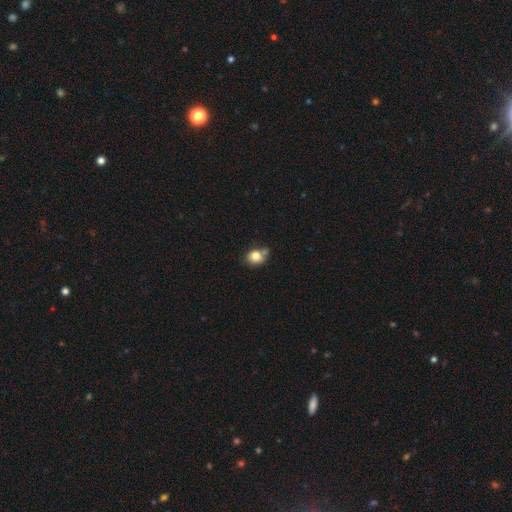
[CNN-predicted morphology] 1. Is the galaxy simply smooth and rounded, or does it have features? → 79% smooth, 11% featured or disk, 10% star or artifact.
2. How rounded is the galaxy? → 65% round, 34% in between, 1% cigar-shaped.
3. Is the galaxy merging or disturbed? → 53% none, 22% merger, 19% minor disturbance, 6% major disturbance.